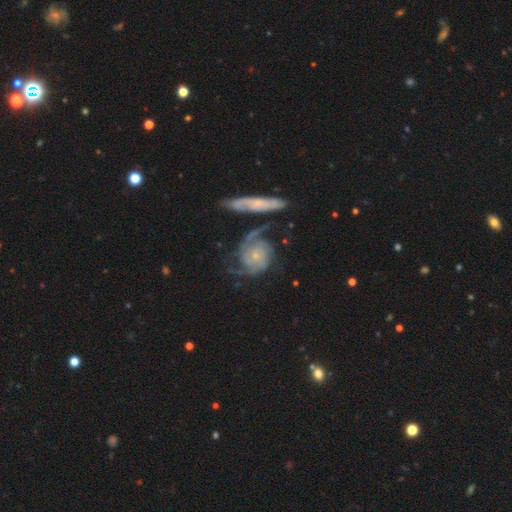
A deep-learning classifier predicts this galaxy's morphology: Q: Smooth or featured?
A: featured or disk (83%); runner-up: smooth (11%)
Q: Edge-on disk?
A: no (96%); runner-up: yes (4%)
Q: Bar?
A: no (76%); runner-up: weak (19%)
Q: Spiral arms?
A: yes (95%); runner-up: no (5%)
Q: Spiral winding?
A: tight (53%); runner-up: medium (36%)
Q: Spiral arm count?
A: 2 (34%); runner-up: can't tell (24%)
Q: Bulge size?
A: small (75%); runner-up: moderate (18%)
Q: Merging?
A: none (47%); runner-up: merger (21%)